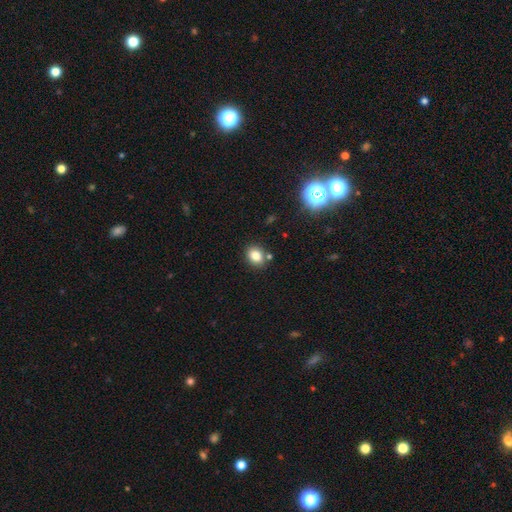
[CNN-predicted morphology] Smooth or featured? smooth (82%)
How rounded? in between (52%)
Merging? none (81%)